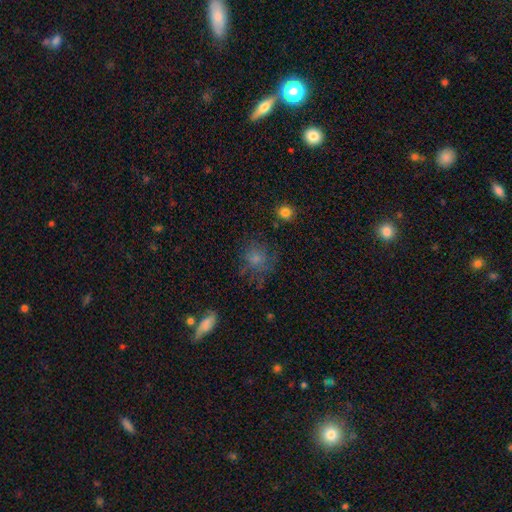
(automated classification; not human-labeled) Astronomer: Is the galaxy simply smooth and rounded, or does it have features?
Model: smooth — 64%.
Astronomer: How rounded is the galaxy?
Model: round — 77%.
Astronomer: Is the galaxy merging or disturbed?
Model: none — 62%.